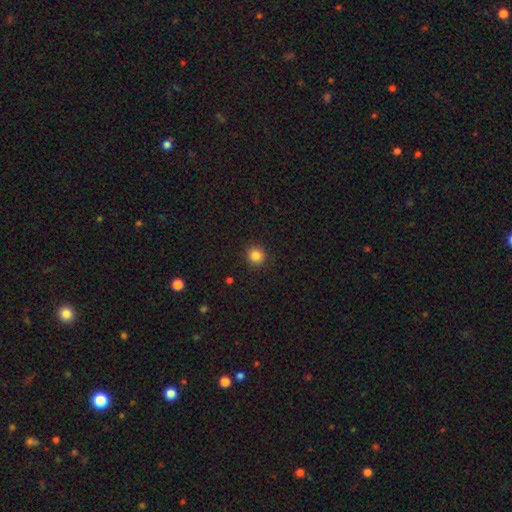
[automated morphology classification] This is clearly a smooth galaxy (84%). How rounded: clearly round (91%). Merging: clearly none (90%).